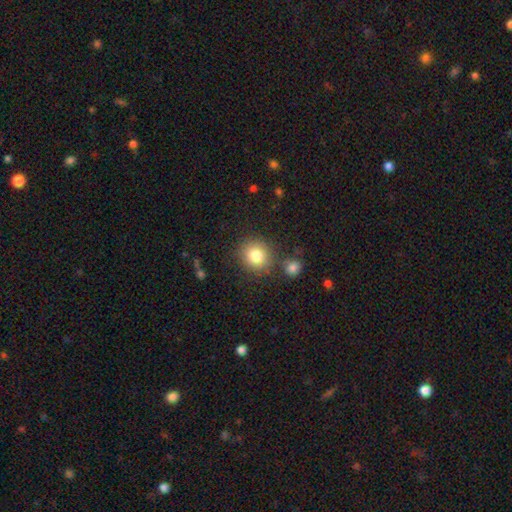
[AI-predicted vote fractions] Overall: smooth (82%). How rounded: round (88%). Merging: none (80%).